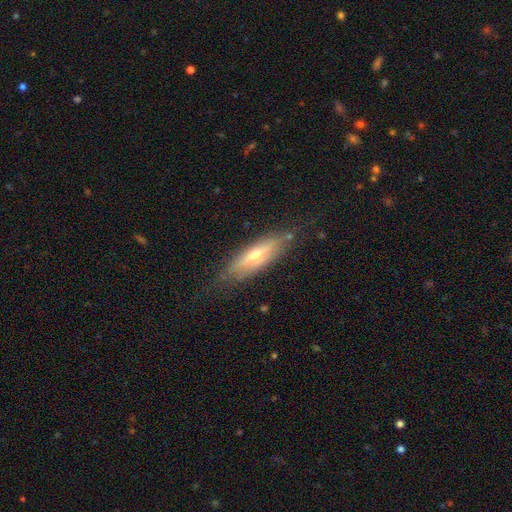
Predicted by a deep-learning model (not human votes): The model was most divided on "smooth or featured": featured or disk: 54%, smooth: 38%, star or artifact: 7%. More confident: edge-on disk — yes (81%); merging — none (76%).